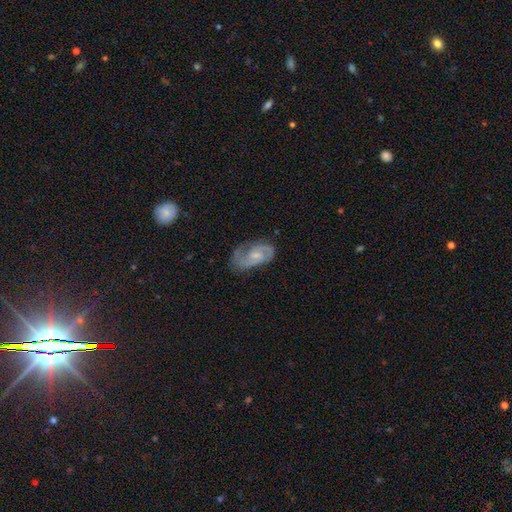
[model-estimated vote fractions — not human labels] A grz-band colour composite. It shows a featured or disk galaxy (78%) with no bar (53%), 2 (75%) medium (48%) spiral arms (92%) and a small central bulge (55%). Merging: none (60%).